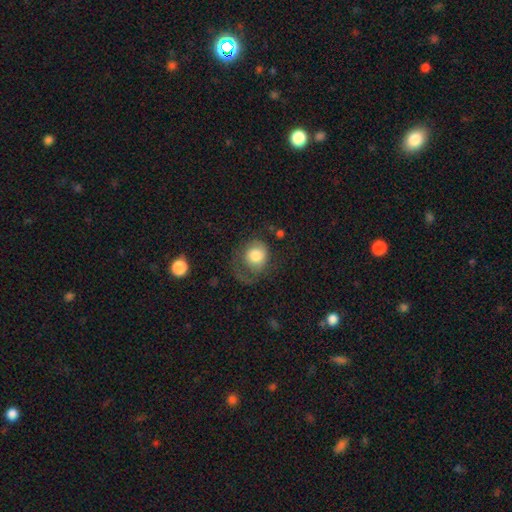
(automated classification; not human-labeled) A smooth galaxy with no disk features (69%) that is round (68%).

Vote fractions:
- Smooth or featured? smooth: 69% / featured or disk: 23% / star or artifact: 8%
- How rounded? round: 68% / in between: 31% / cigar-shaped: 1%
- Merging? major disturbance: 39% / none: 36% / minor disturbance: 23% / merger: 2%